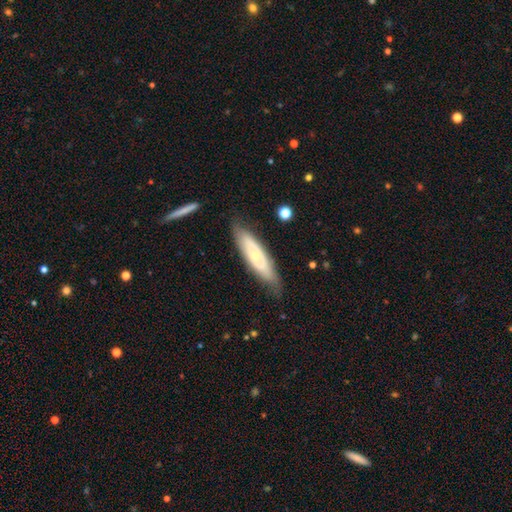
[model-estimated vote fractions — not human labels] A featured or disk galaxy (60%).

Vote fractions:
- Smooth or featured? featured or disk: 60% / smooth: 34% / star or artifact: 6%
- Edge-on disk? no: 62% / yes: 38%
- Merging? none: 77% / minor disturbance: 18% / major disturbance: 4% / merger: 2%